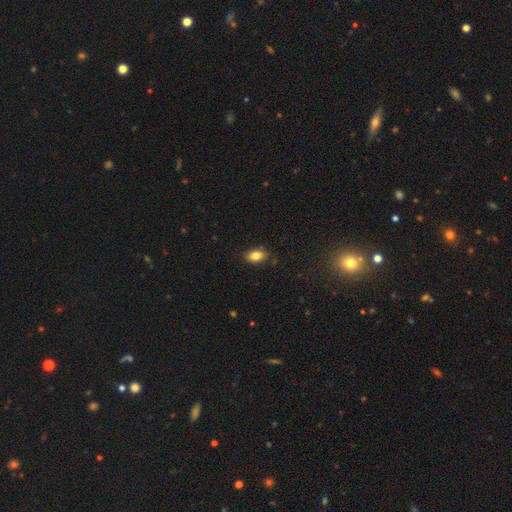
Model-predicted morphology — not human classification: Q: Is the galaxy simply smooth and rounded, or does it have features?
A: smooth — 84%.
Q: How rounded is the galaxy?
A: in between — 84%.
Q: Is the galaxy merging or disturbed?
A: none — 83%.